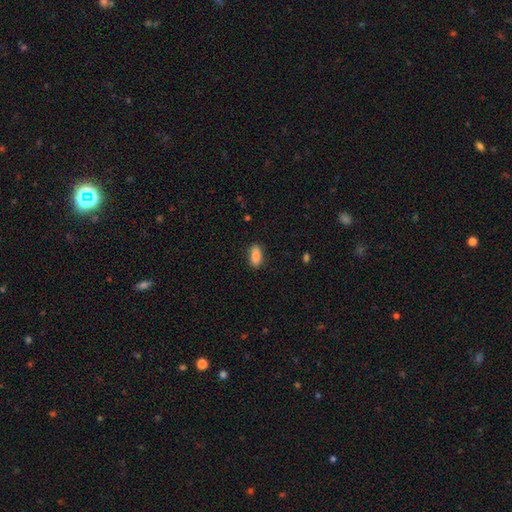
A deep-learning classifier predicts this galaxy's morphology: Smooth or featured? Predicted: smooth (p=0.86). How rounded? Predicted: in between (p=0.83). Merging? Predicted: none (p=0.87).